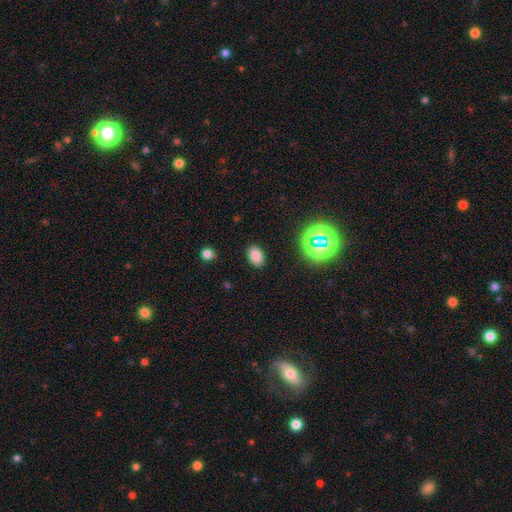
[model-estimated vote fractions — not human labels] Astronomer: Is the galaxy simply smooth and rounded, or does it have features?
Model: smooth — 78%.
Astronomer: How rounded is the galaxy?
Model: in between — 84%.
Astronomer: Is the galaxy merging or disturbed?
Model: none — 88%.